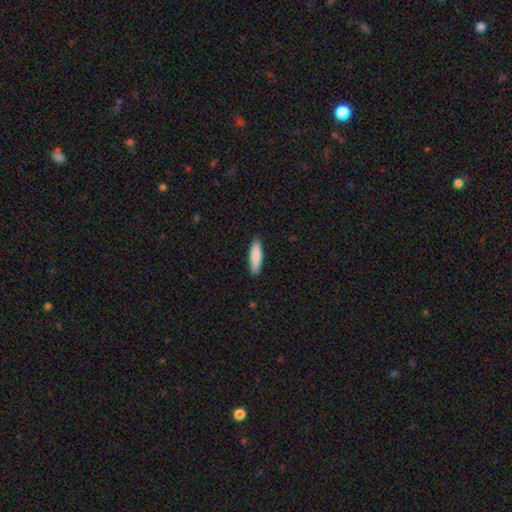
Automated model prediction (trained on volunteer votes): smooth_or_featured: smooth (p=0.87) [alt: featured or disk p=0.08]
how_rounded: cigar-shaped (p=0.66) [alt: in between p=0.32]
merging: none (p=0.89) [alt: minor disturbance p=0.08]